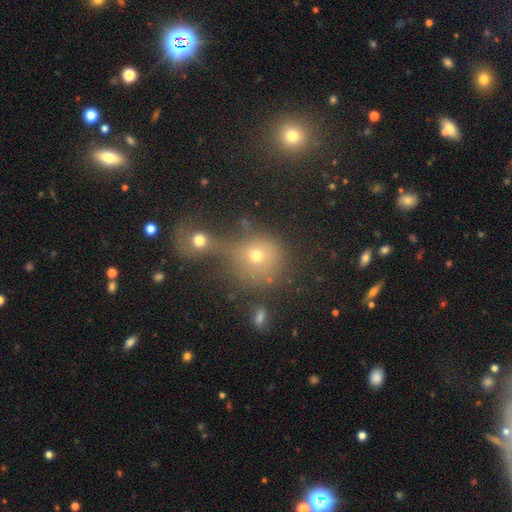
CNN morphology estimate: Q: Smooth or featured?
A: smooth (67%); runner-up: star or artifact (19%)
Q: How rounded?
A: round (85%); runner-up: in between (14%)
Q: Merging?
A: merger (55%); runner-up: none (30%)